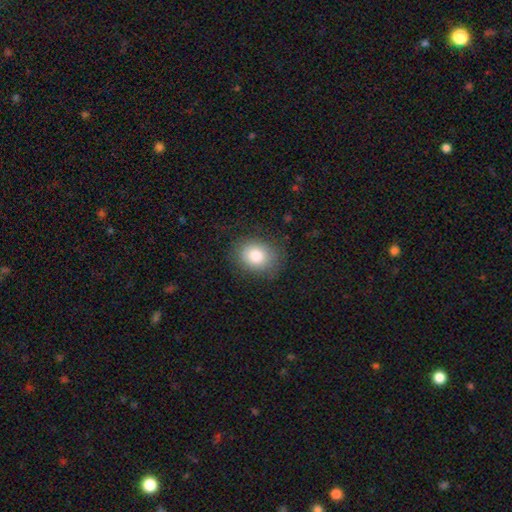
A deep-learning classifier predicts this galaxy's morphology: Smooth or featured: smooth — 81% (featured or disk — 10%)
How rounded: round — 51% (in between — 48%)
Merging: none — 80% (minor disturbance — 14%)